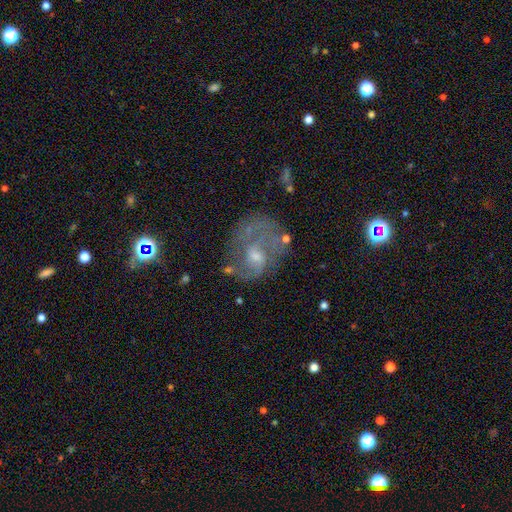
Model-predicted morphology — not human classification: featured or disk 71%, smooth 18%, star or artifact 11%. Down the decision tree: edge-on disk — no (98%); bar — no (53%); spiral arms — yes (76%); spiral arm count — 2 (49%); spiral winding — medium (44%); bulge size — small (44%); merging — none (46%).